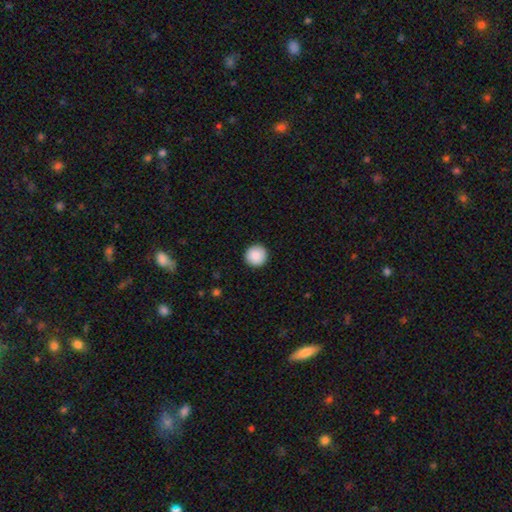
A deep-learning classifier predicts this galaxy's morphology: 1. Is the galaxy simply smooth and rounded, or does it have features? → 89% smooth, 7% star or artifact, 4% featured or disk.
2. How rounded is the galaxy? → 96% round, 3% in between, 1% cigar-shaped.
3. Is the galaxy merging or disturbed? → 93% none, 5% minor disturbance, 2% major disturbance, 1% merger.